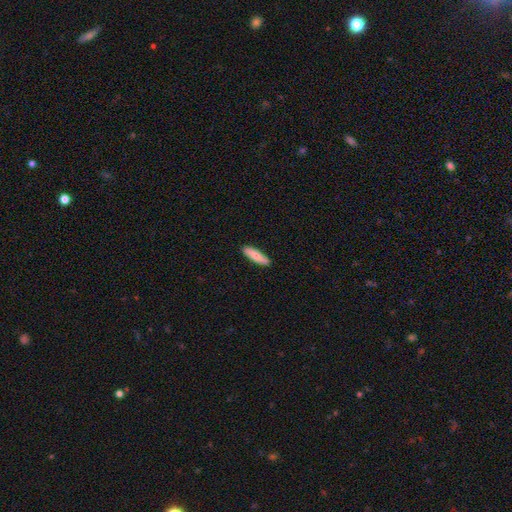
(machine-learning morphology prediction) smooth-or-featured: smooth: 78% | featured or disk: 17% | star or artifact: 6%
  how-rounded: cigar-shaped: 65% | in between: 33% | round: 2%
  merging: none: 89% | minor disturbance: 9% | major disturbance: 1% | merger: 1%